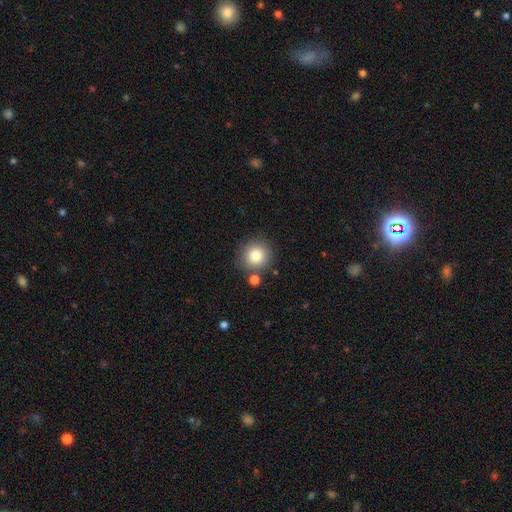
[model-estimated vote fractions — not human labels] Overall: smooth (83%). How rounded: round (92%). Merging: none (80%).